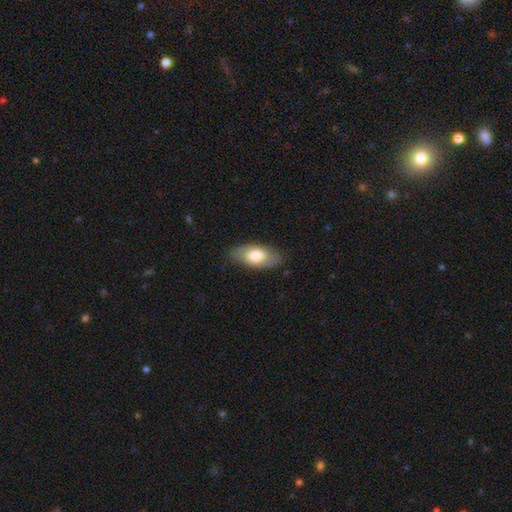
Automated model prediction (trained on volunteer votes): A smooth galaxy with no disk features (73%) that is in between round and cigar-shaped (91%).

Vote fractions:
- Smooth or featured? smooth: 73% / featured or disk: 22% / star or artifact: 6%
- How rounded? in between: 91% / cigar-shaped: 6% / round: 3%
- Merging? none: 82% / minor disturbance: 13% / major disturbance: 3% / merger: 1%